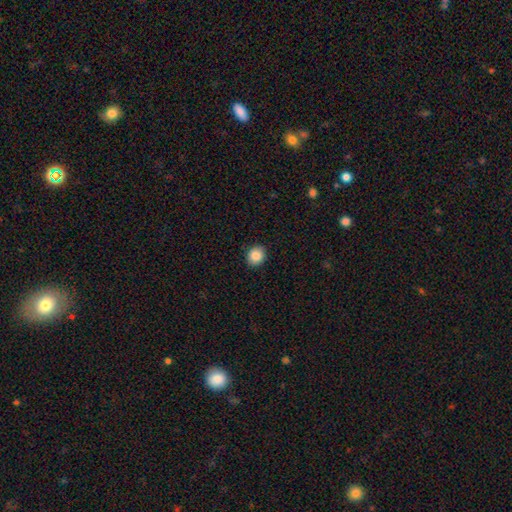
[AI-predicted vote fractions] Morphology: type=smooth (87%); roundness=round (78%); merging=none (91%).